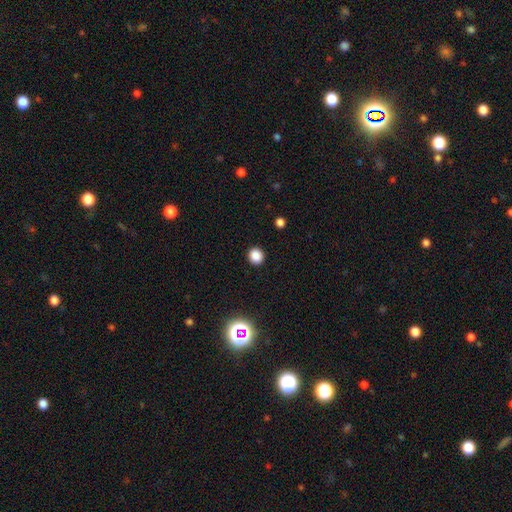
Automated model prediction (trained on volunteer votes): This is clearly a smooth galaxy (85%). How rounded: clearly round (86%). Merging: clearly none (91%).